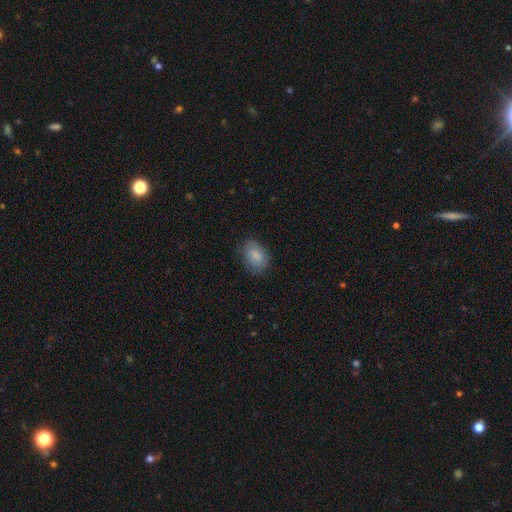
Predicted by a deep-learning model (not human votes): Smooth or featured: smooth — 81% (featured or disk — 12%)
How rounded: in between — 82% (round — 17%)
Merging: none — 77% (minor disturbance — 17%)